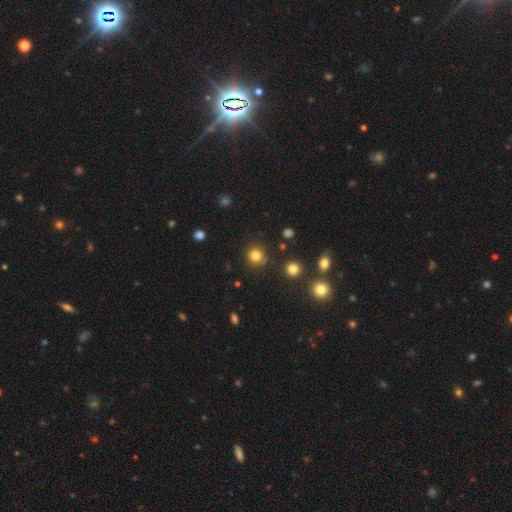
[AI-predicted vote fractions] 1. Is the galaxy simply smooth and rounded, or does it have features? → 81% smooth, 14% star or artifact, 5% featured or disk.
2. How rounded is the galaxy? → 91% round, 8% in between, 1% cigar-shaped.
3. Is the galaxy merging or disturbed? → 84% none, 9% minor disturbance, 4% merger, 3% major disturbance.